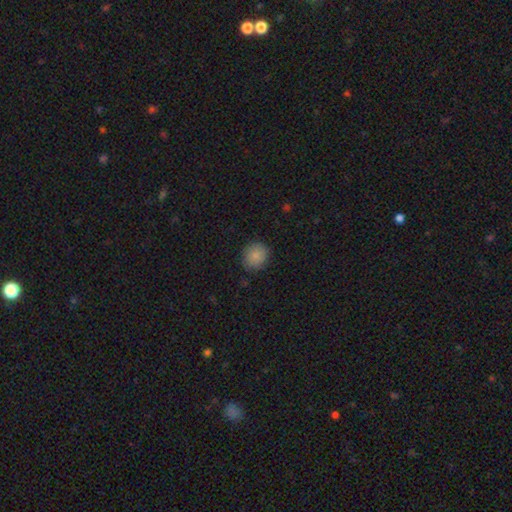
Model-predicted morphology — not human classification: A smooth galaxy with no disk features (86%) that is round (79%).

Vote fractions:
- Smooth or featured? smooth: 86% / star or artifact: 9% / featured or disk: 4%
- How rounded? round: 79% / in between: 20% / cigar-shaped: 1%
- Merging? none: 85% / minor disturbance: 11% / major disturbance: 3% / merger: 1%